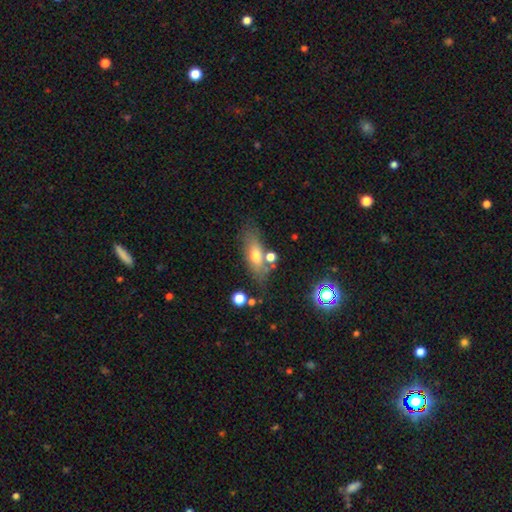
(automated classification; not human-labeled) smooth-or-featured: smooth: 60% | featured or disk: 29% | star or artifact: 11%
  how-rounded: in between: 67% | cigar-shaped: 27% | round: 6%
  merging: none: 68% | minor disturbance: 16% | merger: 10% | major disturbance: 6%